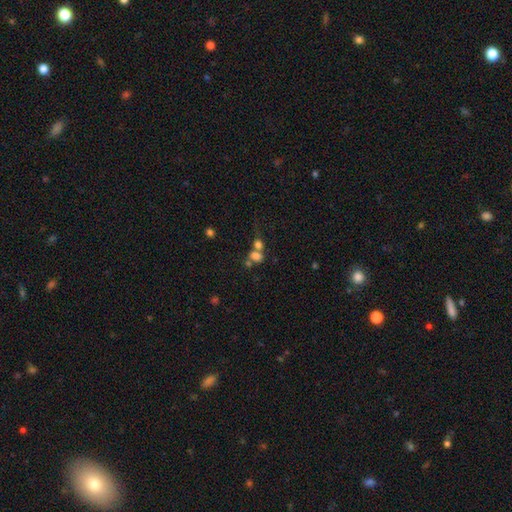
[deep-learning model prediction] A smooth galaxy with no disk features (71%) that is in between round and cigar-shaped (59%). Merging: merger (57%).